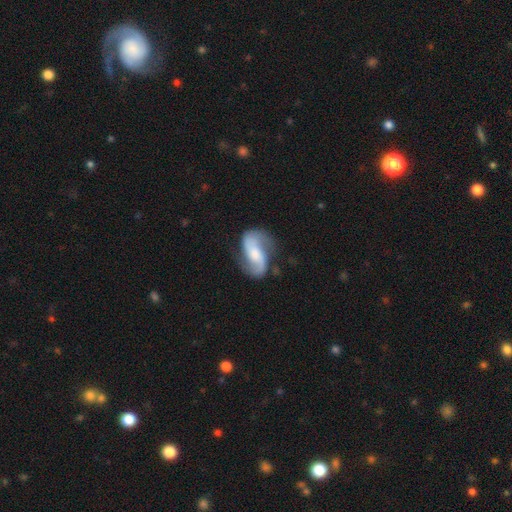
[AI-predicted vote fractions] featured or disk 82%, smooth 13%, star or artifact 5%. Down the decision tree: edge-on disk — no (97%); bar — no (43%); spiral arms — yes (96%); spiral arm count — 2 (93%); spiral winding — loose (55%); bulge size — moderate (37%); merging — none (71%).